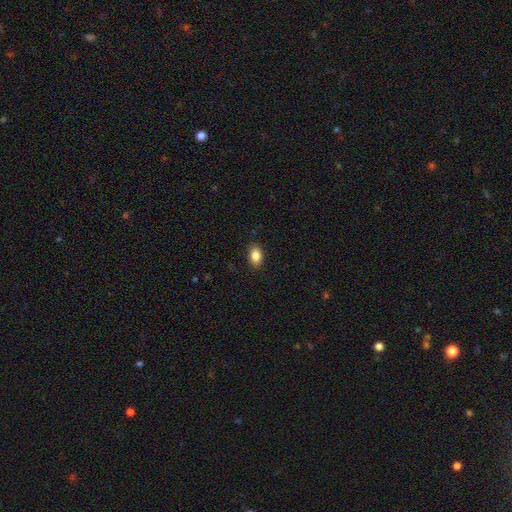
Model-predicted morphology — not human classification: Q: Smooth or featured?
A: smooth (86%); runner-up: star or artifact (8%)
Q: How rounded?
A: in between (87%); runner-up: round (12%)
Q: Merging?
A: none (88%); runner-up: minor disturbance (9%)